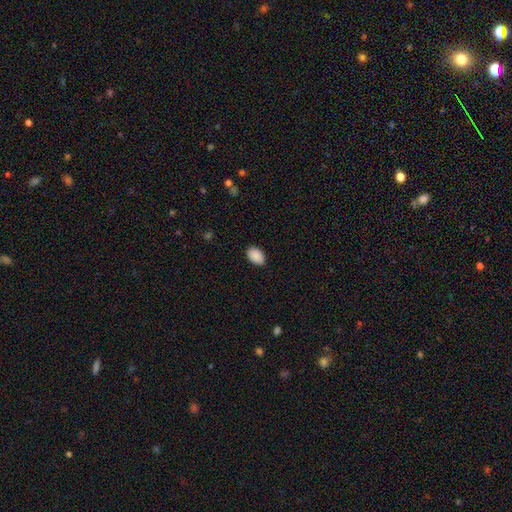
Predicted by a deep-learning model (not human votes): smooth_or_featured: smooth (p=0.90) [alt: star or artifact p=0.07]
how_rounded: in between (p=0.89) [alt: round p=0.10]
merging: none (p=0.88) [alt: minor disturbance p=0.09]